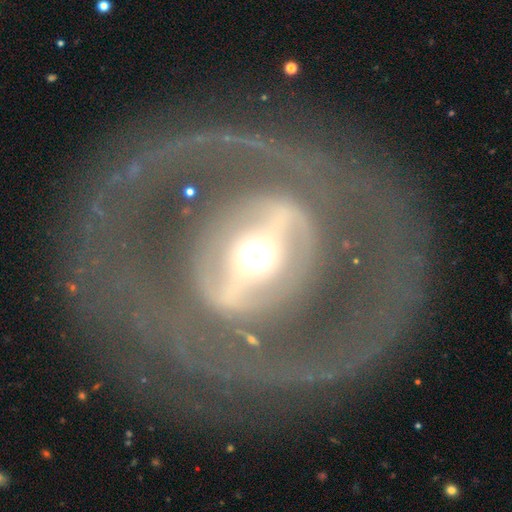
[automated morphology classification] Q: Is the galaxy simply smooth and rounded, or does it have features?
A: featured or disk — 84%.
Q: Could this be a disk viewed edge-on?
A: no — 92%.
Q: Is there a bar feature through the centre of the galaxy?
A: strong — 58%.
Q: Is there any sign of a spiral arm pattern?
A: yes — 63%.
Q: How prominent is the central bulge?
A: moderate — 60%.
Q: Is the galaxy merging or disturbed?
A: none — 74%.